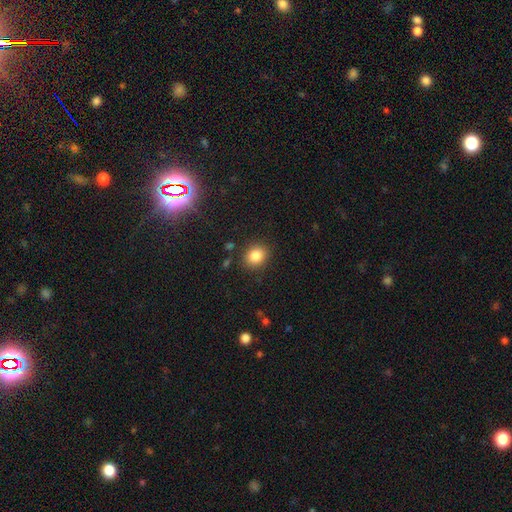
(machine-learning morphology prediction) Overall: smooth (84%). How rounded: round (61%; in between 38%). Merging: none (86%).